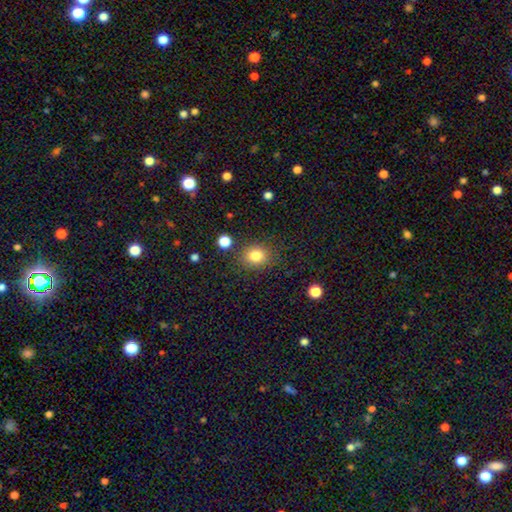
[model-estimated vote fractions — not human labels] This is clearly a smooth galaxy (82%). How rounded: likely round (73%). Merging: clearly none (83%).